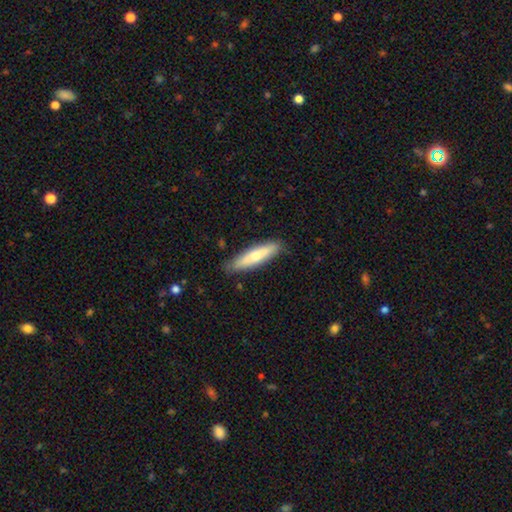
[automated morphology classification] Smooth or featured: smooth — 64% (featured or disk — 31%)
How rounded: cigar-shaped — 76% (in between — 22%)
Merging: none — 82% (minor disturbance — 14%)